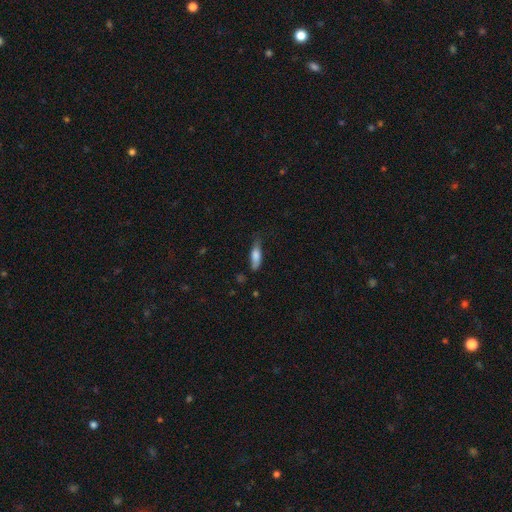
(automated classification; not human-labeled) A smooth galaxy with no disk features (71%) that is cigar-shaped (51%).

Vote fractions:
- Smooth or featured? smooth: 71% / featured or disk: 22% / star or artifact: 7%
- How rounded? cigar-shaped: 51% / in between: 47% / round: 2%
- Merging? none: 60% / minor disturbance: 30% / major disturbance: 8% / merger: 2%